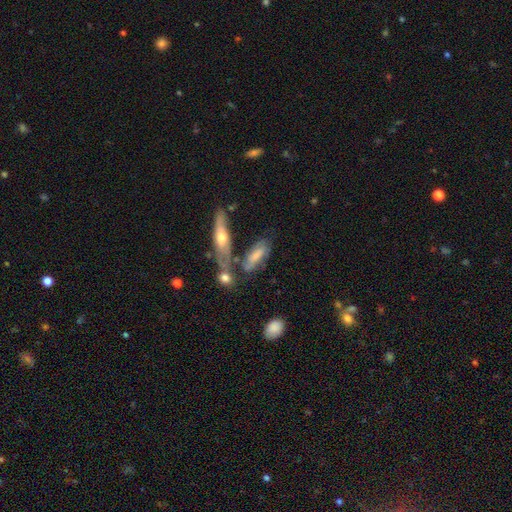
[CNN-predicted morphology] The model was most divided on "smooth or featured": smooth: 54%, featured or disk: 38%, star or artifact: 8%. Remaining: how rounded — in between (58%); merging — none (49%).